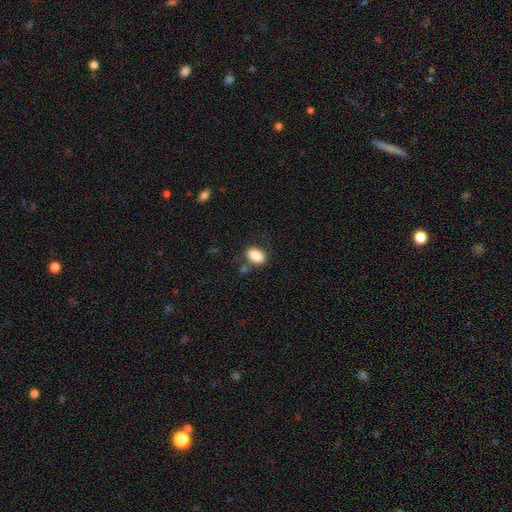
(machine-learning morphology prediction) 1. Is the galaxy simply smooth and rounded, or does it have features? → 87% smooth, 8% star or artifact, 5% featured or disk.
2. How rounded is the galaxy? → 87% in between, 11% round, 2% cigar-shaped.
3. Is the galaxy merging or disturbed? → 72% none, 16% minor disturbance, 7% merger, 5% major disturbance.